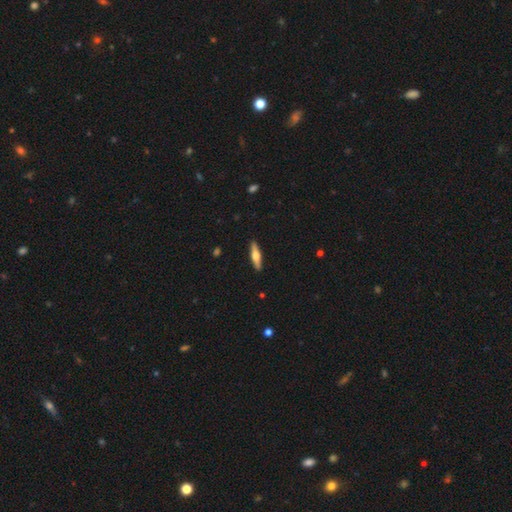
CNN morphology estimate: smooth-or-featured: featured or disk: 48% | smooth: 47% | star or artifact: 5%
  merging: none: 91% | minor disturbance: 7% | major disturbance: 1% | merger: 1%